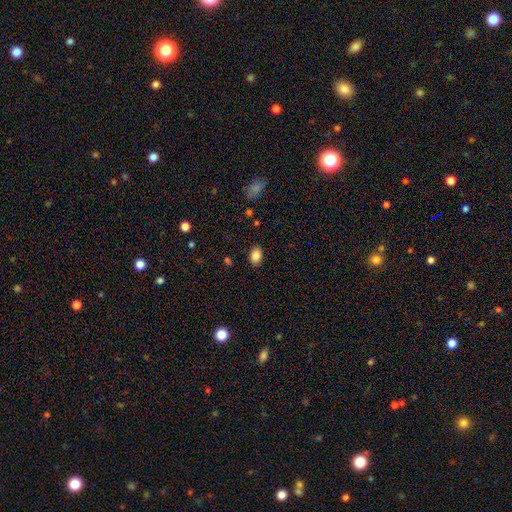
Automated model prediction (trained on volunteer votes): Smooth or featured?
  - smooth: 85% *
  - star or artifact: 9%
  - featured or disk: 6%
How rounded?
  - in between: 79% *
  - round: 20%
  - cigar-shaped: 1%
Merging?
  - none: 86% *
  - minor disturbance: 10%
  - major disturbance: 3%
  - merger: 1%